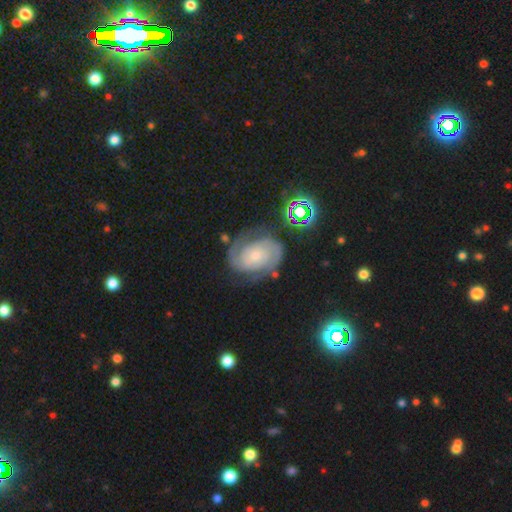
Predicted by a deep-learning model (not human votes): The model was most divided on "bulge size": small: 61%, moderate: 29%, none: 5%, large: 4%, dominant: 1%. More confident: edge-on disk — no (98%); spiral arms — yes (97%); smooth or featured — featured or disk (85%); spiral arm count — 2 (78%); merging — none (73%); bar — no (67%); spiral winding — tight (65%).